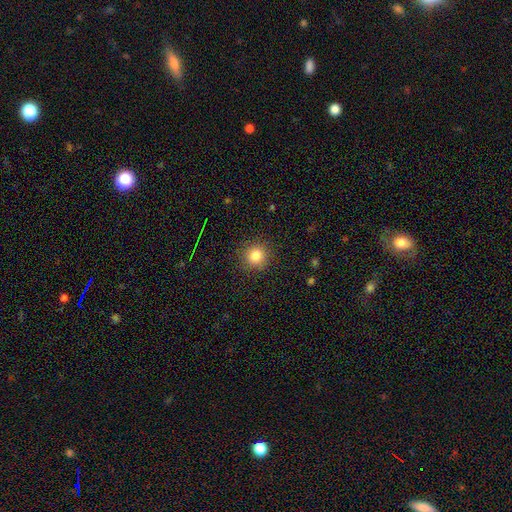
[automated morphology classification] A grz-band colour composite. It shows a smooth galaxy with no disk features (82%) that is round (94%). Merging: none (90%).